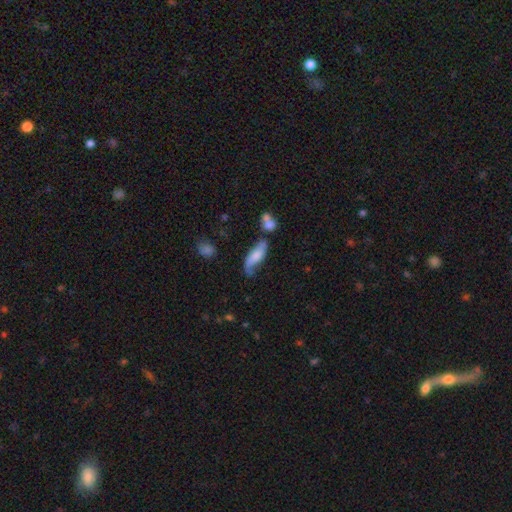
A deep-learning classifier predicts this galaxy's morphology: smooth_or_featured: smooth (p=0.51) [alt: featured or disk p=0.41]
how_rounded: in between (p=0.63) [alt: cigar-shaped p=0.34]
merging: none (p=0.42) [alt: minor disturbance p=0.30]